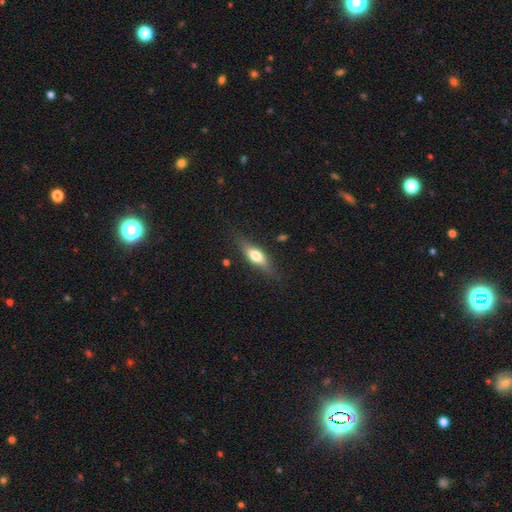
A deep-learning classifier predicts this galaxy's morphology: The model was most divided on "how rounded": in between: 55%, cigar-shaped: 42%, round: 4%. More confident: merging — none (78%); smooth or featured — smooth (57%).